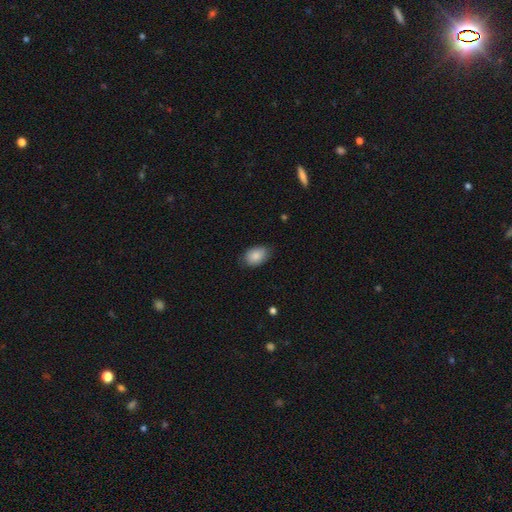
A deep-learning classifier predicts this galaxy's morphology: Overall: smooth (86%). How rounded: in between (82%). Merging: none (76%).